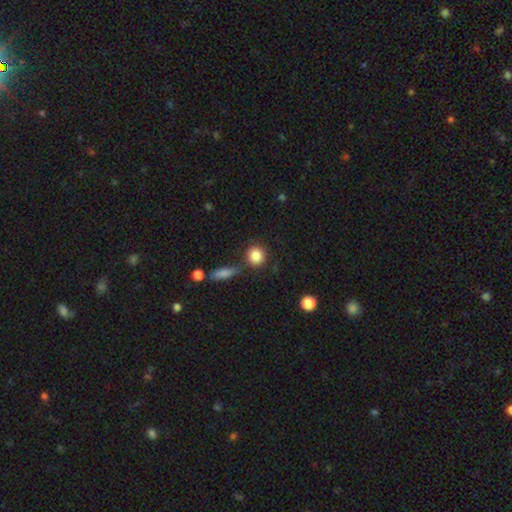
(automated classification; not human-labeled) Smooth or featured? Predicted: smooth (p=0.86). How rounded? Predicted: round (p=0.86). Merging? Predicted: none (p=0.76).